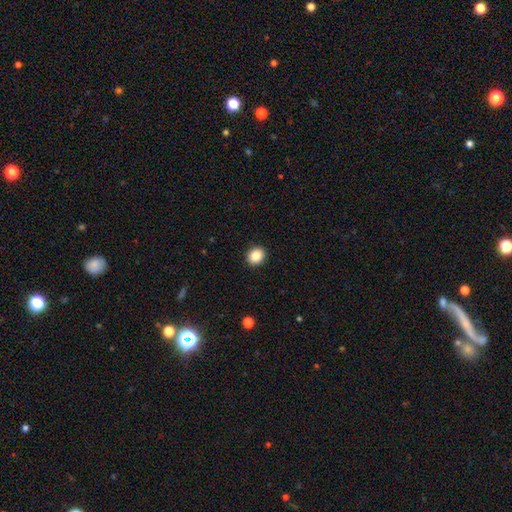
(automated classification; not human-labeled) This appears to be a smooth galaxy with no disk features (86%) that is round (71%). Merging: none (92%).